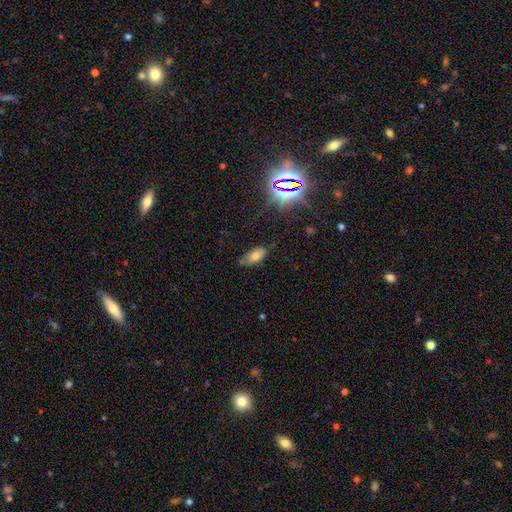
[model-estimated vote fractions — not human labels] smooth_or_featured: smooth (p=0.68) [alt: star or artifact p=0.18]
how_rounded: in between (p=0.88) [alt: cigar-shaped p=0.08]
merging: none (p=0.70) [alt: minor disturbance p=0.22]